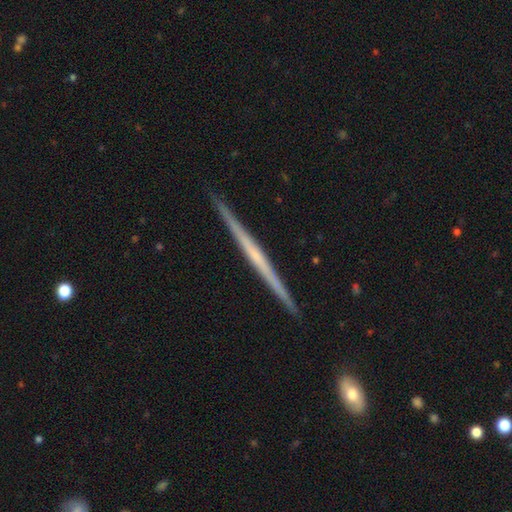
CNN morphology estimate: Smooth or featured? Predicted: featured or disk (p=0.70). Edge-on disk? Predicted: yes (p=0.98). Edge-on bulge? Predicted: none (p=0.81). Merging? Predicted: none (p=0.92).